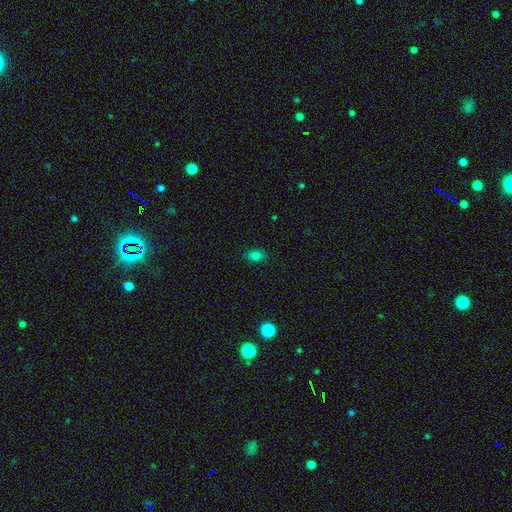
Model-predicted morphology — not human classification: This appears to be a smooth galaxy with no disk features (80%) that is in between round and cigar-shaped (76%). Merging: none (86%).